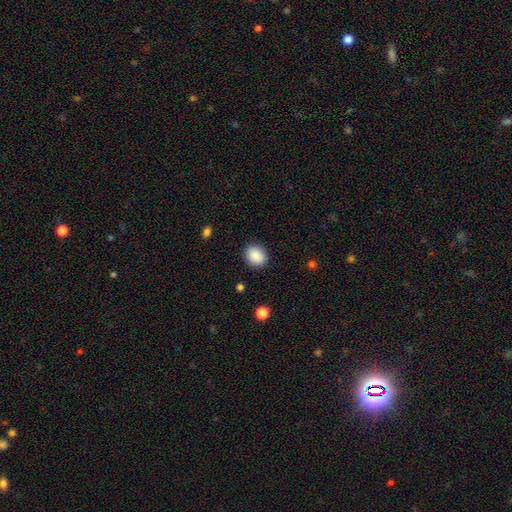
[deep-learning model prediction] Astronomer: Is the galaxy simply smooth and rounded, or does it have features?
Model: smooth — 89%.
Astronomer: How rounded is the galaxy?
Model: round — 52% (runner-up: in between, 47%).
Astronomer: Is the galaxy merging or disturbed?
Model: none — 88%.